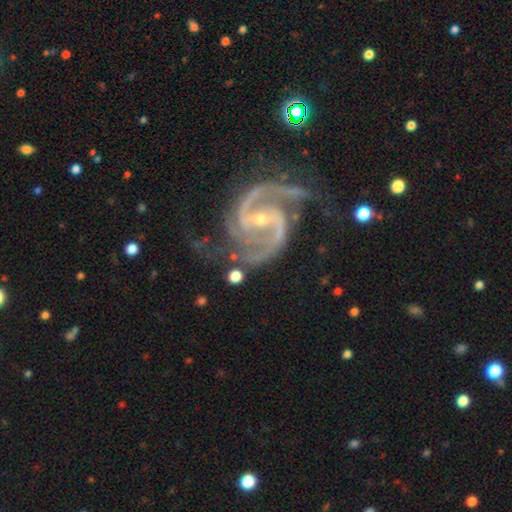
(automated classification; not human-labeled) Smooth or featured: featured or disk — 94% (star or artifact — 4%)
Edge-on disk: no — 98% (yes — 2%)
Bar: weak — 39% (strong — 37%)
Spiral arms: yes — 99% (no — 1%)
Spiral winding: medium — 63% (tight — 25%)
Spiral arm count: 2 — 90% (3 — 4%)
Bulge size: small — 73% (moderate — 24%)
Merging: none — 66% (minor disturbance — 21%)